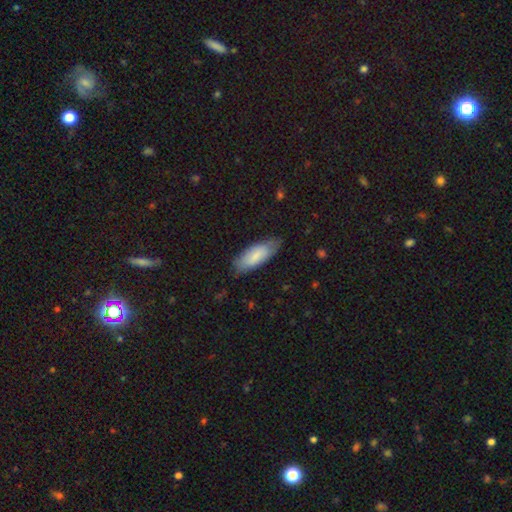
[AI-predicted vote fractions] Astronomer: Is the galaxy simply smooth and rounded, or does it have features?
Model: smooth — 80%.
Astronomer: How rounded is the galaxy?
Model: in between — 75%.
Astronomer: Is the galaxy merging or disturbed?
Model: none — 74%.